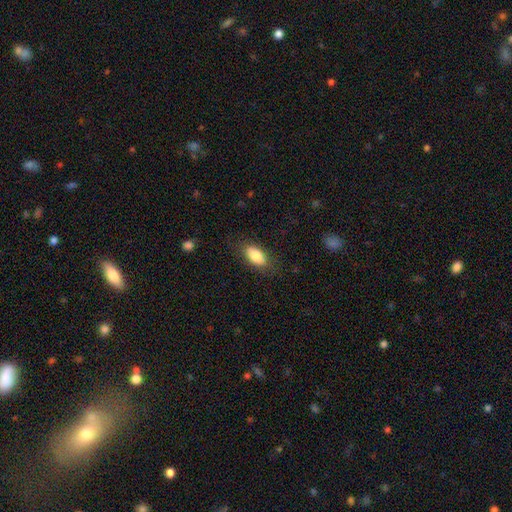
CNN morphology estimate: smooth_or_featured: smooth (p=0.81) [alt: featured or disk p=0.12]
how_rounded: in between (p=0.91) [alt: cigar-shaped p=0.05]
merging: none (p=0.81) [alt: minor disturbance p=0.14]